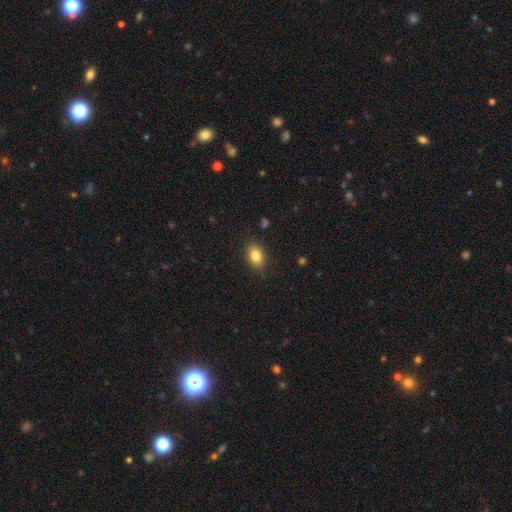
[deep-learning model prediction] smooth 83%, star or artifact 9%, featured or disk 8%. Down the decision tree: how rounded — in between (81%); merging — none (86%).